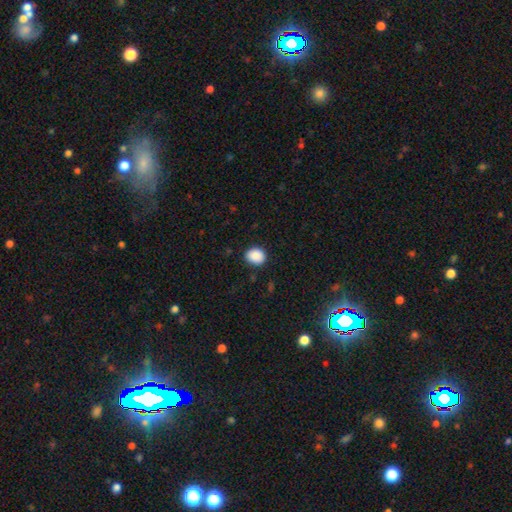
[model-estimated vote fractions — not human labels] A smooth galaxy with no disk features (89%) that is round (65%).

Vote fractions:
- Smooth or featured? smooth: 89% / star or artifact: 8% / featured or disk: 3%
- How rounded? round: 65% / in between: 34% / cigar-shaped: 1%
- Merging? none: 87% / minor disturbance: 10% / major disturbance: 2% / merger: 1%